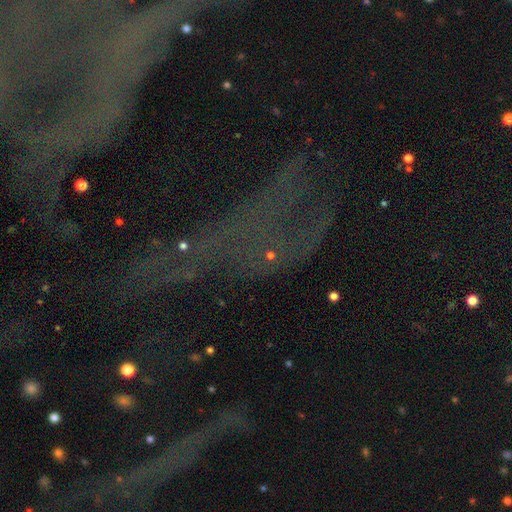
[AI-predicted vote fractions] Morphology: type=star or artifact (68%).